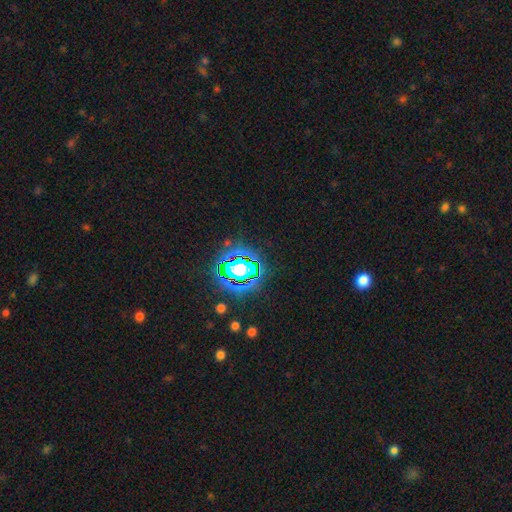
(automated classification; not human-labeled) Overall: star or artifact (81%).